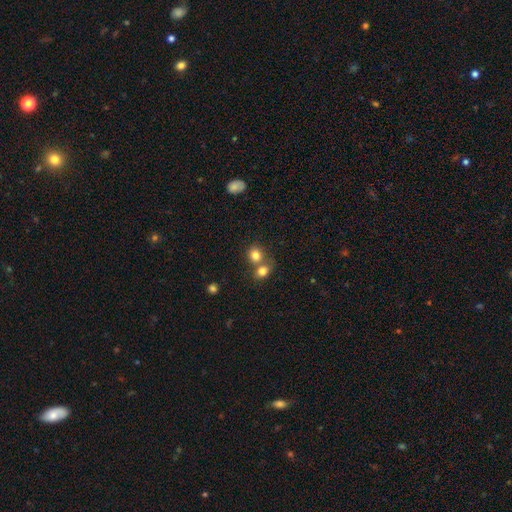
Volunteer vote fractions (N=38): Smooth or featured? 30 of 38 (79%) said smooth. How rounded? 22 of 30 (73%) said round. Merging? 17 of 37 (46%) said merger.